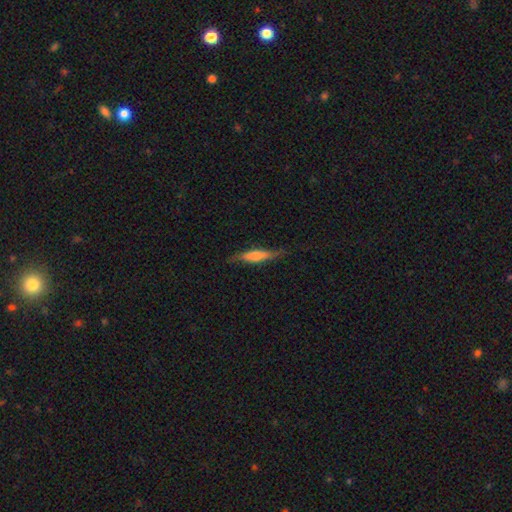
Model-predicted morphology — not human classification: Overall: smooth (56%; featured or disk 37%). How rounded: cigar-shaped (78%). Merging: none (73%).